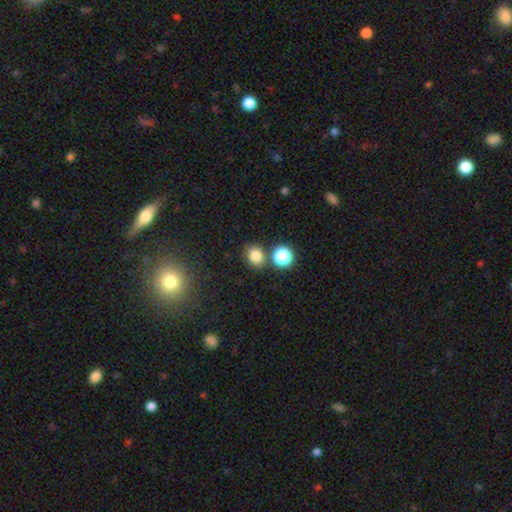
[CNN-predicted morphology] A smooth galaxy with no disk features (79%) that is round (61%).

Vote fractions:
- Smooth or featured? smooth: 79% / star or artifact: 15% / featured or disk: 6%
- How rounded? round: 61% / in between: 38% / cigar-shaped: 1%
- Merging? none: 76% / merger: 11% / minor disturbance: 10% / major disturbance: 3%